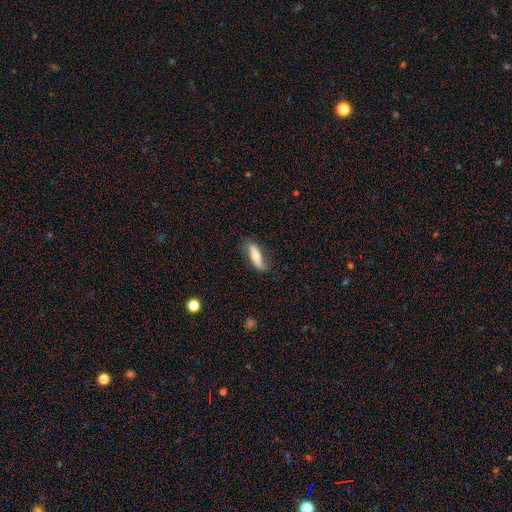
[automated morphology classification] This is possibly a smooth galaxy (56%). How rounded: possibly in between (53%). Merging: likely none (70%).